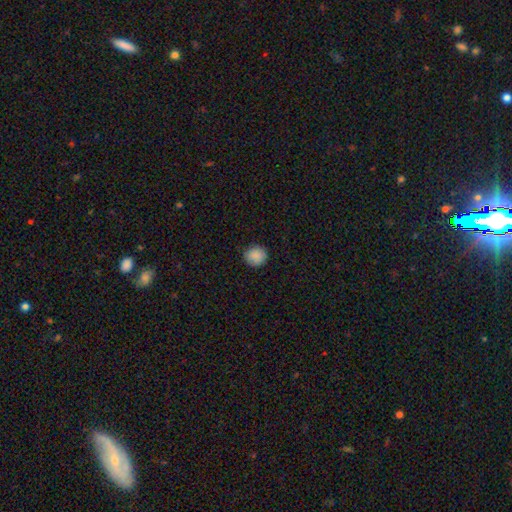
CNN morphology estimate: Smooth or featured?
  - smooth: 88% *
  - star or artifact: 8%
  - featured or disk: 5%
How rounded?
  - round: 87% *
  - in between: 12%
  - cigar-shaped: 1%
Merging?
  - none: 87% *
  - minor disturbance: 10%
  - major disturbance: 2%
  - merger: 1%